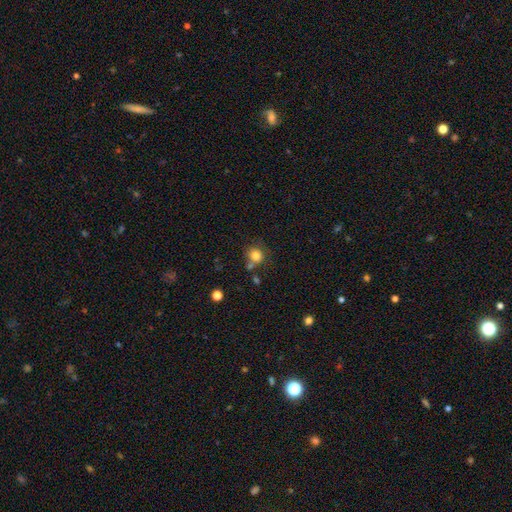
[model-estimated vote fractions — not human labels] Smooth or featured: smooth — 81% (star or artifact — 12%)
How rounded: round — 84% (in between — 15%)
Merging: none — 64% (merger — 18%)